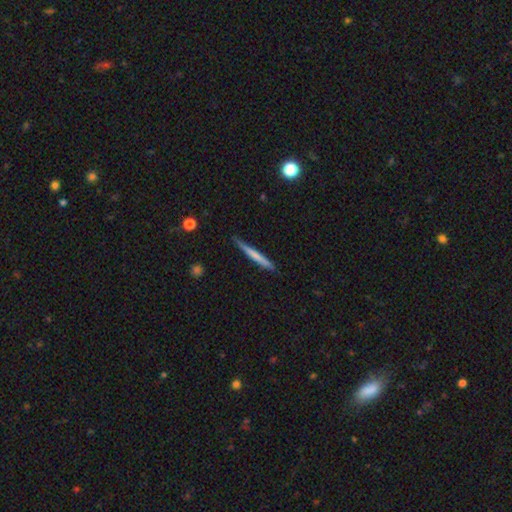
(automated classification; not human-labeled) Smooth or featured? Predicted: smooth (p=0.59). How rounded? Predicted: cigar-shaped (p=0.97). Merging? Predicted: none (p=0.85).